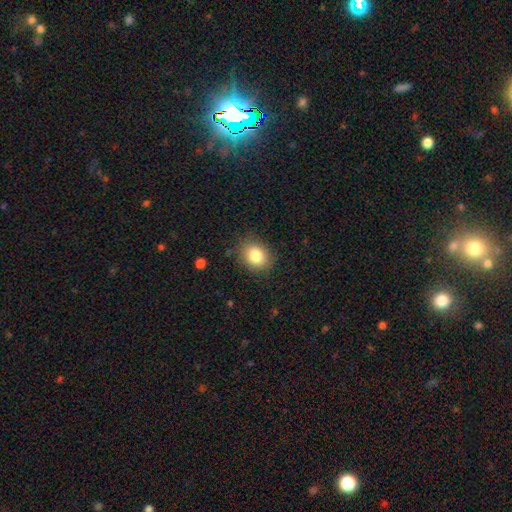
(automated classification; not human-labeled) Smooth or featured? Predicted: smooth (p=0.82). How rounded? Predicted: round (p=0.52). Merging? Predicted: none (p=0.85).